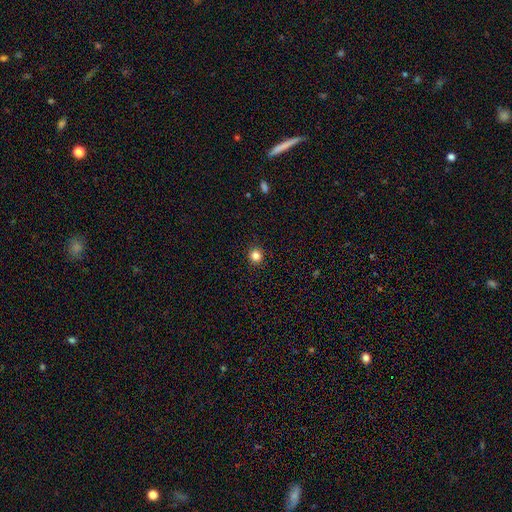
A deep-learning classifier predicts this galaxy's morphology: type=smooth (83%); roundness=round (93%); merging=none (92%).